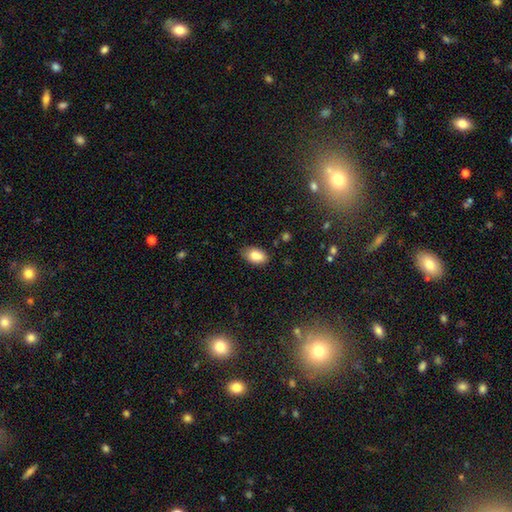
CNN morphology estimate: Smooth or featured? smooth (82%)
How rounded? in between (90%)
Merging? none (73%)